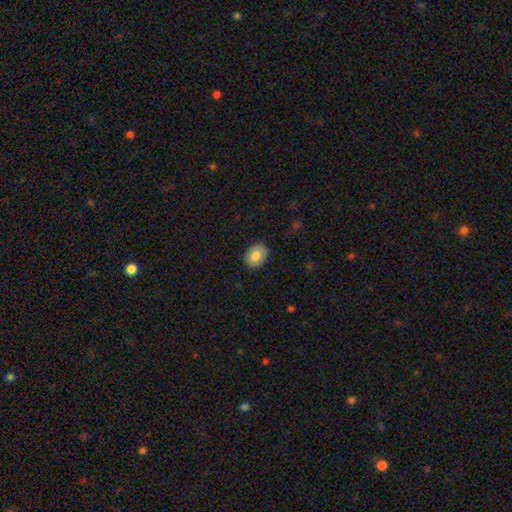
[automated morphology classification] The model was most divided on "how rounded": in between: 63%, round: 36%, cigar-shaped: 1%. More confident: merging — none (88%); smooth or featured — smooth (81%).